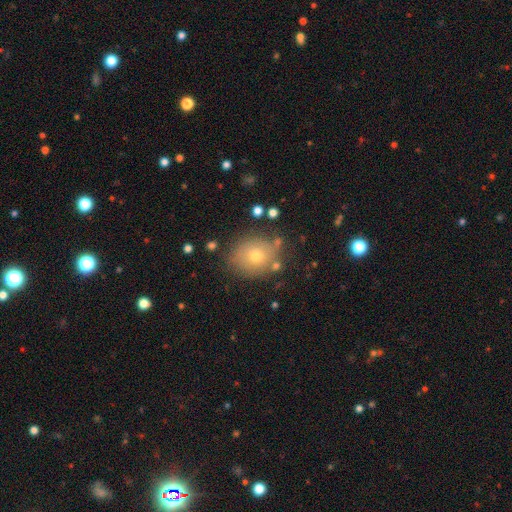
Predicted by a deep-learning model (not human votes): Smooth or featured? smooth (70%)
How rounded? round (65%)
Merging? none (77%)